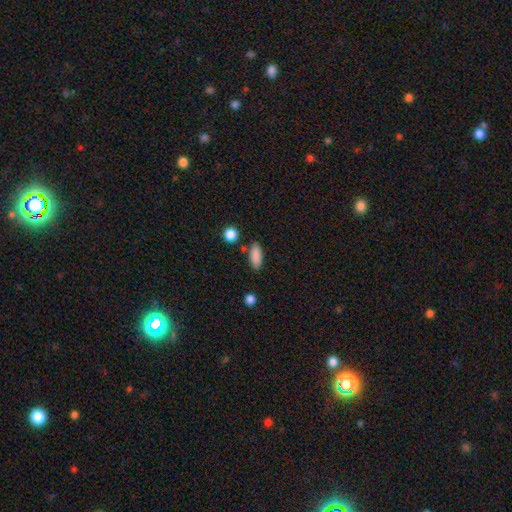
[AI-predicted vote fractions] Smooth or featured: smooth — 88% (star or artifact — 7%)
How rounded: in between — 80% (cigar-shaped — 17%)
Merging: none — 82% (minor disturbance — 11%)